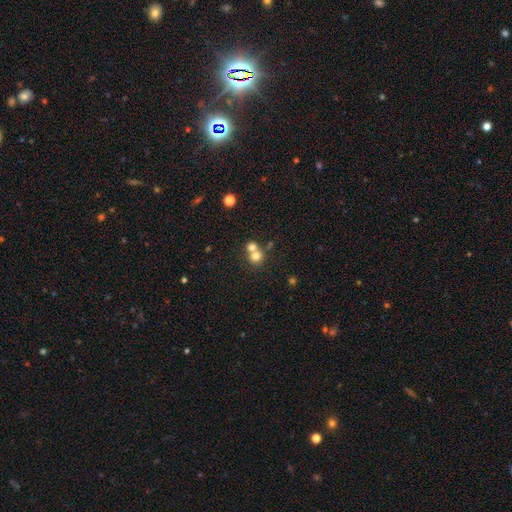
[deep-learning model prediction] smooth-or-featured: smooth: 73% | star or artifact: 13% | featured or disk: 13%
  how-rounded: round: 86% | in between: 13% | cigar-shaped: 1%
  merging: merger: 52% | none: 41% | minor disturbance: 5% | major disturbance: 3%